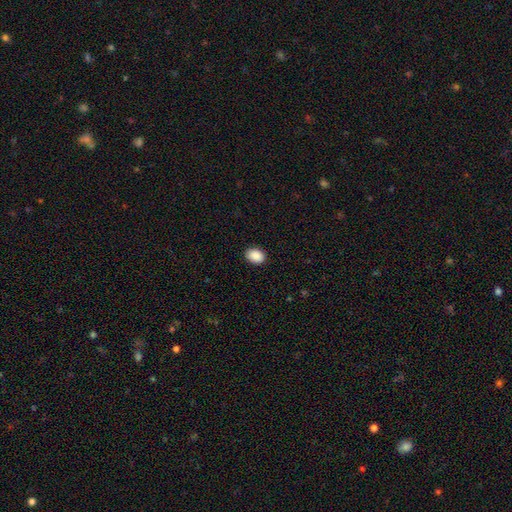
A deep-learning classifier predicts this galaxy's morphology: Smooth or featured? Predicted: smooth (p=0.90). How rounded? Predicted: in between (p=0.74). Merging? Predicted: none (p=0.89).